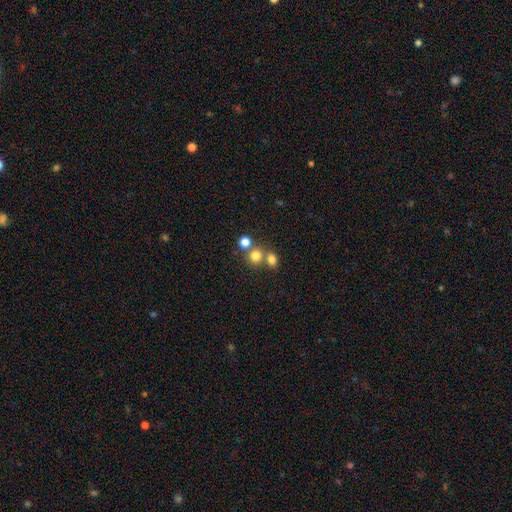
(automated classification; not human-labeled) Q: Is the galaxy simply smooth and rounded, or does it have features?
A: smooth — 76%.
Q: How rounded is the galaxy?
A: round — 79%.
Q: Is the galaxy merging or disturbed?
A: none — 52%.